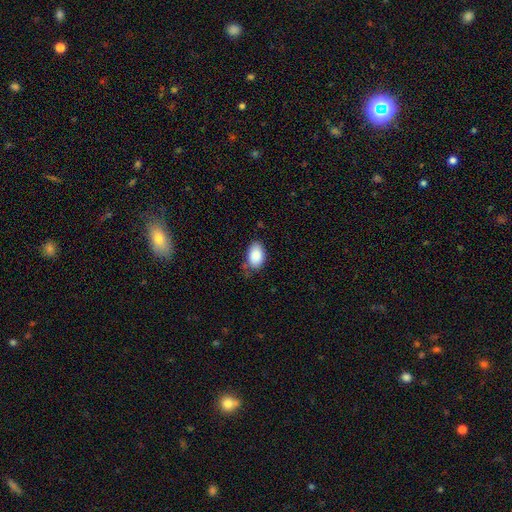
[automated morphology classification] Smooth or featured? smooth (89%)
How rounded? in between (91%)
Merging? none (70%)